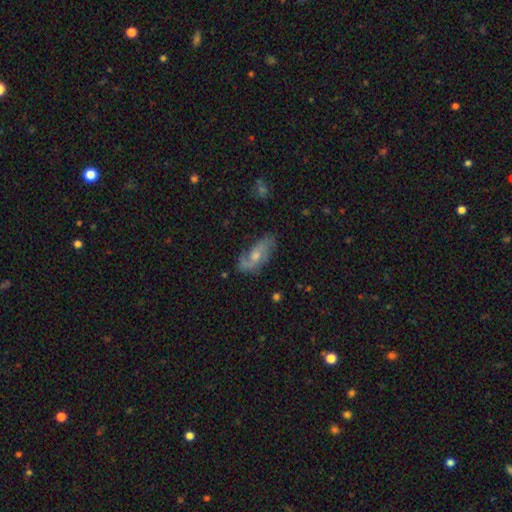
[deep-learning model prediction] A featured or disk galaxy (64%) with no bar (62%), 2 (72%) loose (46%) spiral arms (87%) and a moderate central bulge (53%).

Vote fractions:
- Smooth or featured? featured or disk: 64% / smooth: 28% / star or artifact: 8%
- Edge-on disk? no: 91% / yes: 9%
- Bar? no: 62% / weak: 32% / strong: 6%
- Spiral arms? yes: 87% / no: 13%
- Spiral winding? loose: 46% / medium: 38% / tight: 16%
- Spiral arm count? 2: 72% / can't tell: 13% / 1: 9% / 3: 3% / 4: 2% / more than 4: 1%
- Bulge size? moderate: 53% / small: 37% / none: 4% / large: 4% / dominant: 1%
- Merging? none: 63% / minor disturbance: 24% / major disturbance: 11% / merger: 2%